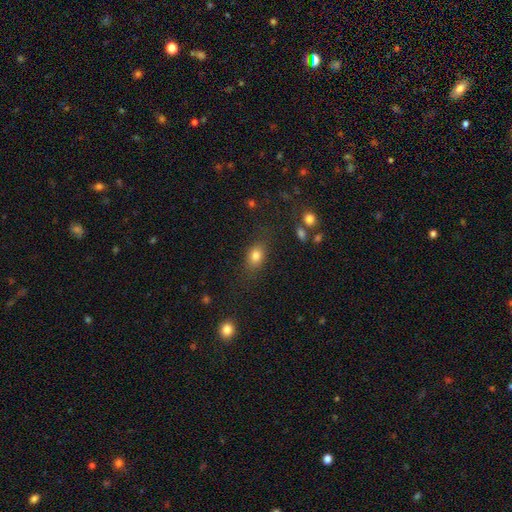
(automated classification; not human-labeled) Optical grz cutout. It shows a smooth galaxy with no disk features (80%) that is in between round and cigar-shaped (66%). Merging: none (77%).